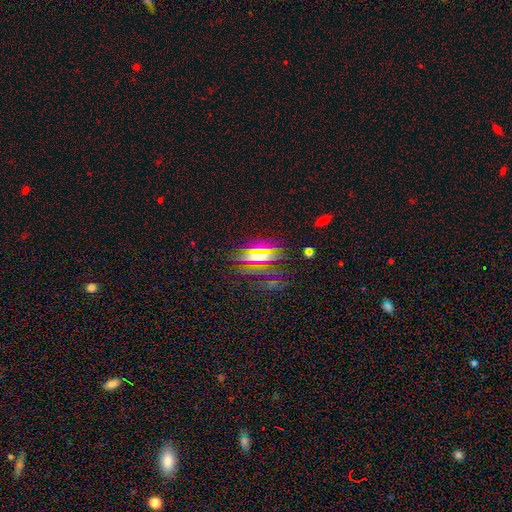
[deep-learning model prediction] smooth_or_featured: smooth (p=0.43) [alt: star or artifact p=0.35]
merging: none (p=0.75) [alt: minor disturbance p=0.15]